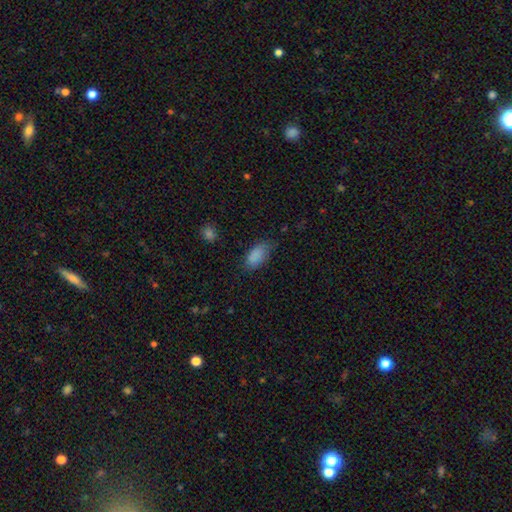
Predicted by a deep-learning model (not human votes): smooth_or_featured: smooth (p=0.86) [alt: star or artifact p=0.08]
how_rounded: in between (p=0.93) [alt: round p=0.04]
merging: none (p=0.62) [alt: minor disturbance p=0.28]